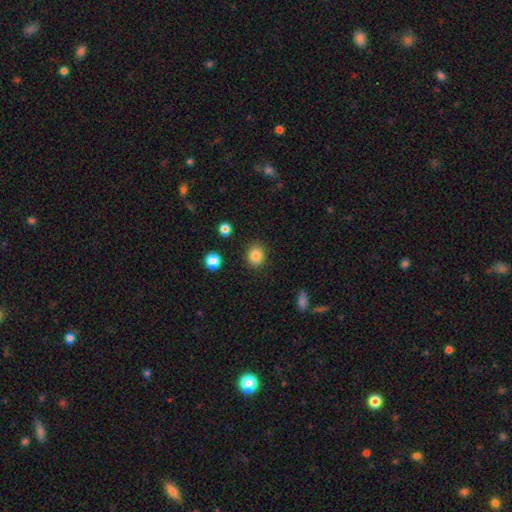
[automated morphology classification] Smooth or featured? smooth (85%)
How rounded? round (76%)
Merging? none (89%)